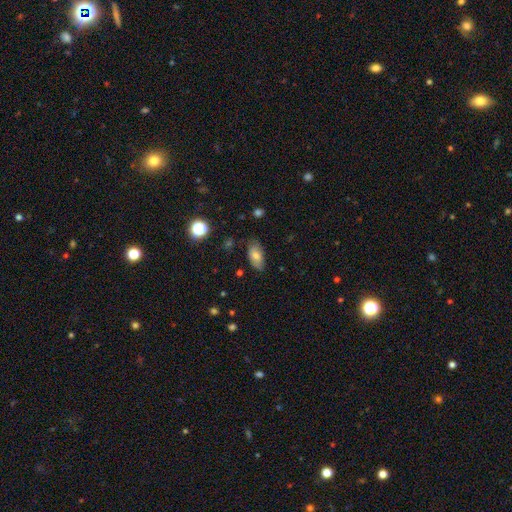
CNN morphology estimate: Overall: smooth (73%). How rounded: in between (91%). Merging: none (75%).